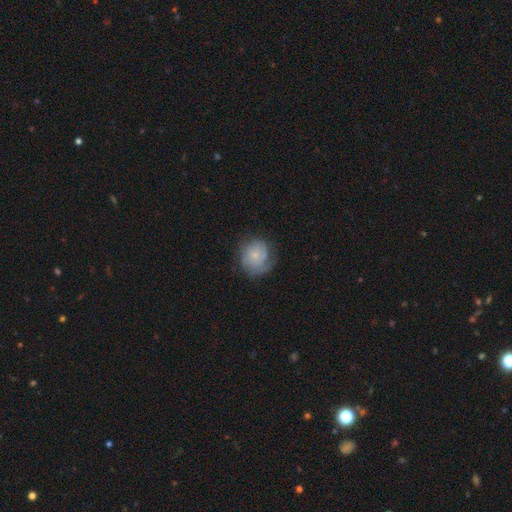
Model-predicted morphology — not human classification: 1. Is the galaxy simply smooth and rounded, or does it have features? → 48% featured or disk, 44% smooth, 8% star or artifact.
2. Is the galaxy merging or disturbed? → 59% none, 24% minor disturbance, 15% major disturbance, 2% merger.